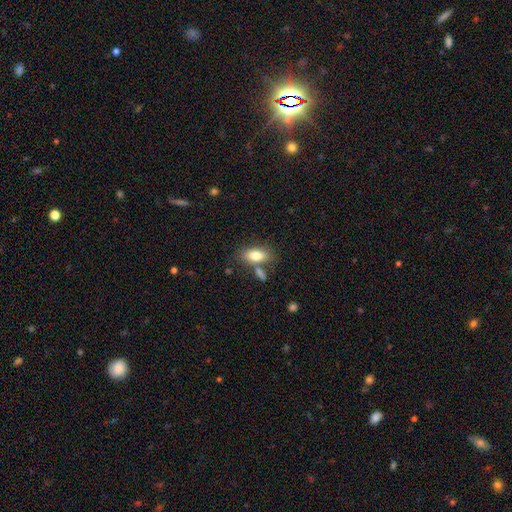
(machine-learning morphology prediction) The model was most divided on "merging": none: 64%, merger: 17%, minor disturbance: 15%, major disturbance: 5%. More confident: how rounded — in between (87%); smooth or featured — smooth (80%).